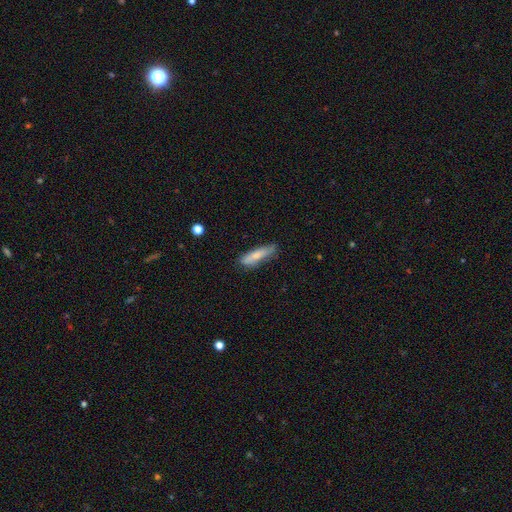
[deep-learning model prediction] The model was most divided on "merging": none: 70%, minor disturbance: 23%, major disturbance: 4%, merger: 3%. More confident: how rounded — cigar-shaped (77%); smooth or featured — smooth (72%).